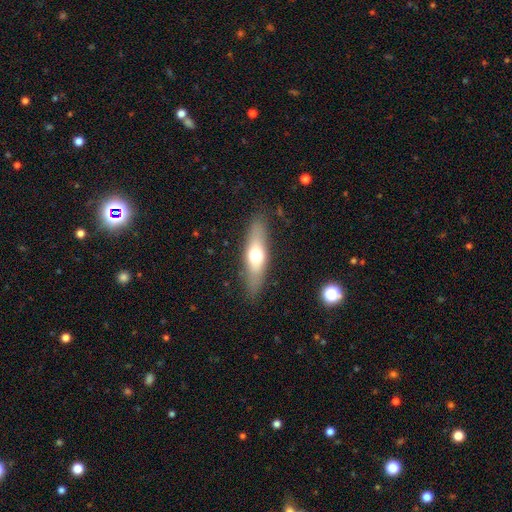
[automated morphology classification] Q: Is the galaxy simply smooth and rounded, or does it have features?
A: smooth — 55%.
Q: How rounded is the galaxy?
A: cigar-shaped — 59%.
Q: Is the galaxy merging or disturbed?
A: none — 85%.